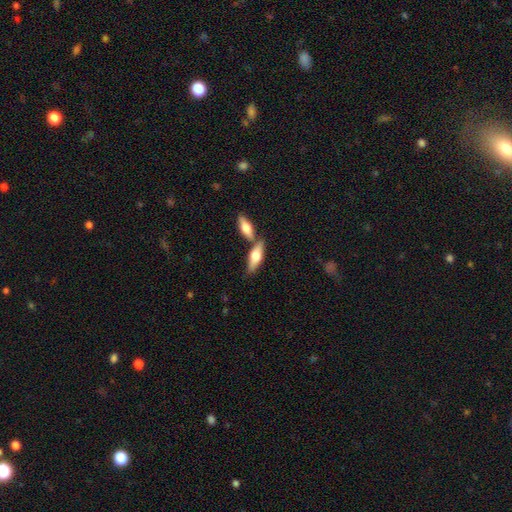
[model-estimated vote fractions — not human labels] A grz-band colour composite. It shows a smooth galaxy with no disk features (57%) that is in between round and cigar-shaped (60%). Merging: none (55%).